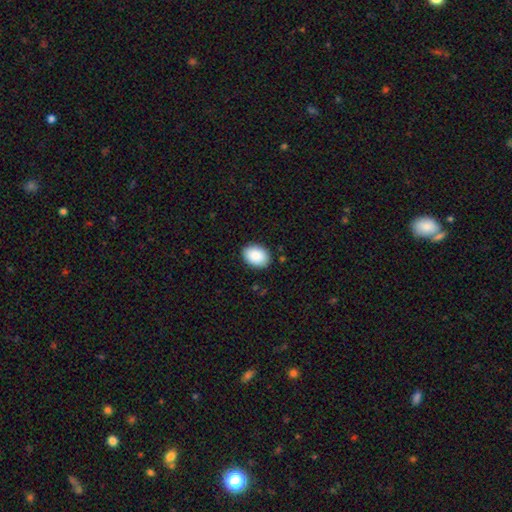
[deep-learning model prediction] Q: Smooth or featured?
A: smooth (90%); runner-up: star or artifact (6%)
Q: How rounded?
A: in between (78%); runner-up: round (21%)
Q: Merging?
A: none (88%); runner-up: minor disturbance (9%)